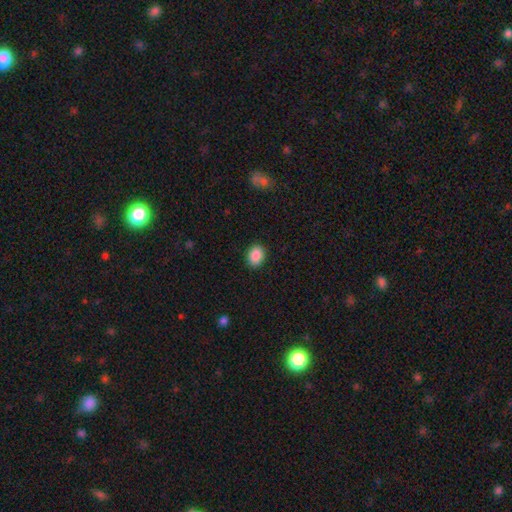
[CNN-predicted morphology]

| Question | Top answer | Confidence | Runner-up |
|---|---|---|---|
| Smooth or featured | smooth | 89% | star or artifact (8%) |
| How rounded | in between | 67% | round (32%) |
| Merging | none | 90% | minor disturbance (7%) |